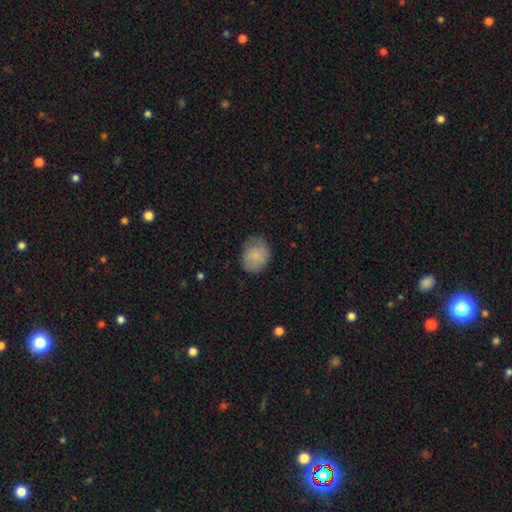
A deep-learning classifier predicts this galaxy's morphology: Overall: smooth (82%). How rounded: in between (56%; round 43%). Merging: none (70%).